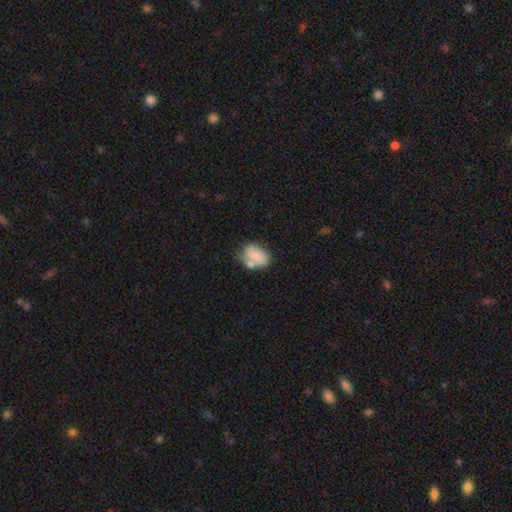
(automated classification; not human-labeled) Smooth or featured?
  - smooth: 72% *
  - featured or disk: 20%
  - star or artifact: 8%
How rounded?
  - in between: 82% *
  - round: 16%
  - cigar-shaped: 2%
Merging?
  - none: 34% *
  - merger: 28%
  - minor disturbance: 24%
  - major disturbance: 14%